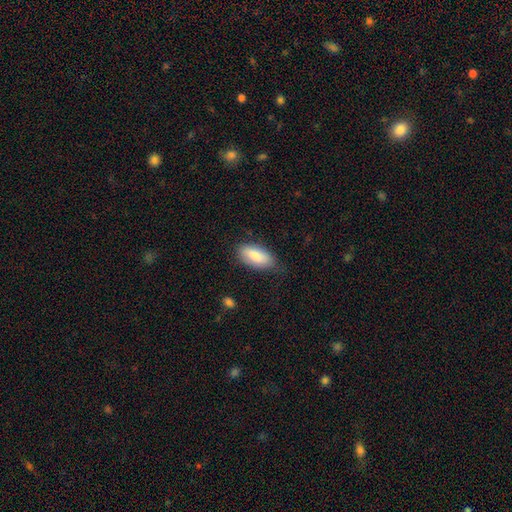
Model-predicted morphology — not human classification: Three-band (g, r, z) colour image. It shows a smooth galaxy with no disk features (86%) that is in between round and cigar-shaped (88%). Merging: none (74%).